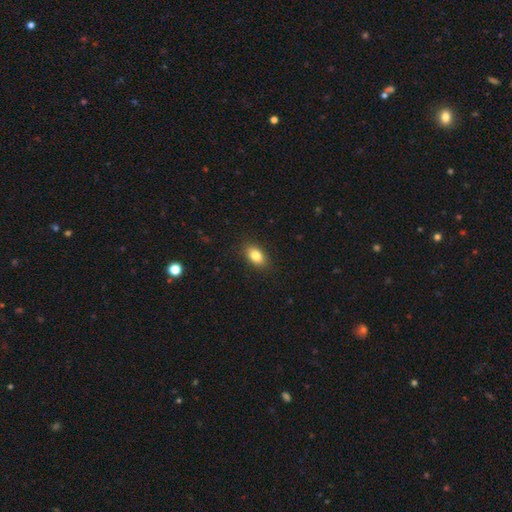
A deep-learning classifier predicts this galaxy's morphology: A smooth galaxy with no disk features (83%) that is in between round and cigar-shaped (86%). Merging: none (88%).